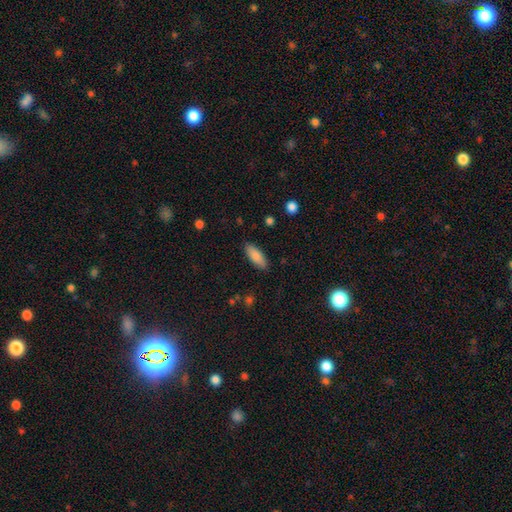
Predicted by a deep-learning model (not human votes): Smooth or featured? smooth (85%)
How rounded? in between (73%)
Merging? none (87%)